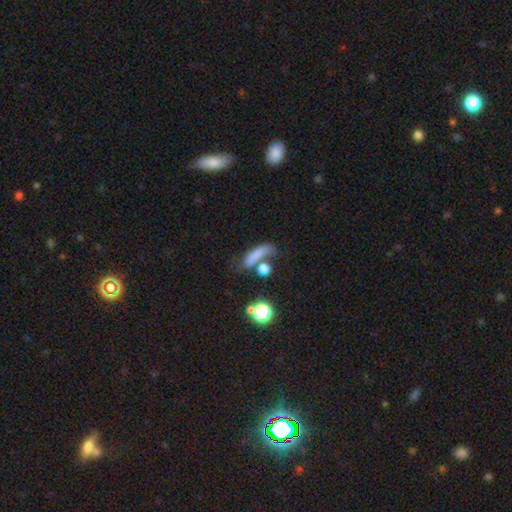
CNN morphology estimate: This is likely a smooth galaxy (71%). How rounded: possibly cigar-shaped (47%). Merging: marginally none (41%).